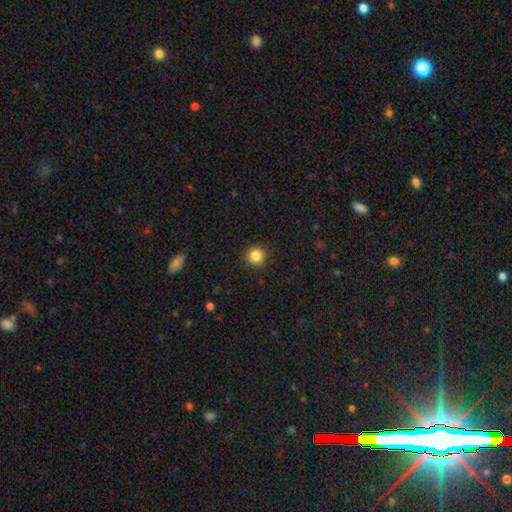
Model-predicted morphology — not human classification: Smooth or featured? Predicted: smooth (p=0.85). How rounded? Predicted: round (p=0.94). Merging? Predicted: none (p=0.89).